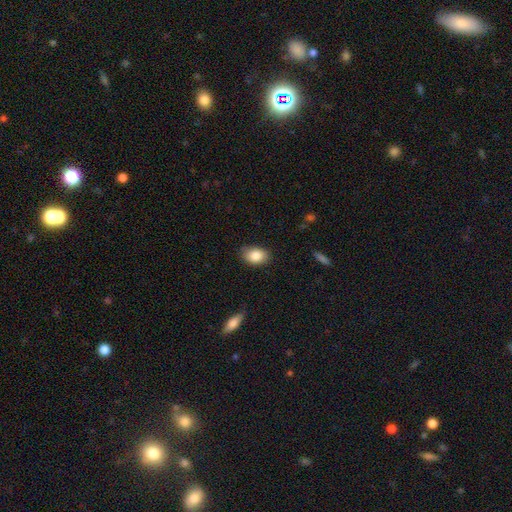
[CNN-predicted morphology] smooth_or_featured: smooth (p=0.86) [alt: star or artifact p=0.07]
how_rounded: in between (p=0.84) [alt: round p=0.15]
merging: none (p=0.79) [alt: minor disturbance p=0.17]